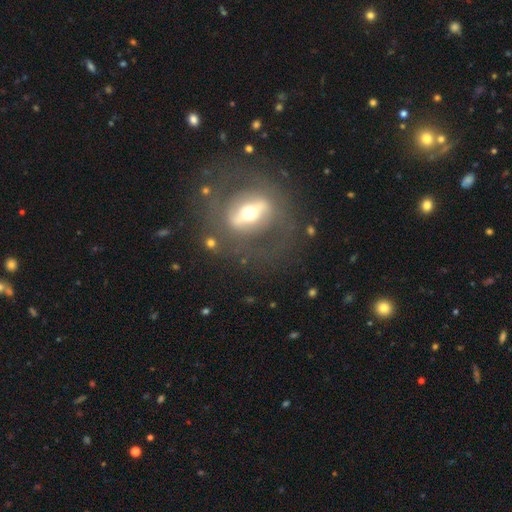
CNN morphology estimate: Smooth or featured? Predicted: featured or disk (p=0.63). Edge-on disk? Predicted: no (p=0.84). Bar? Predicted: strong (p=0.44). Spiral arms? Predicted: no (p=0.75). Bulge size? Predicted: moderate (p=0.61). Merging? Predicted: none (p=0.72).